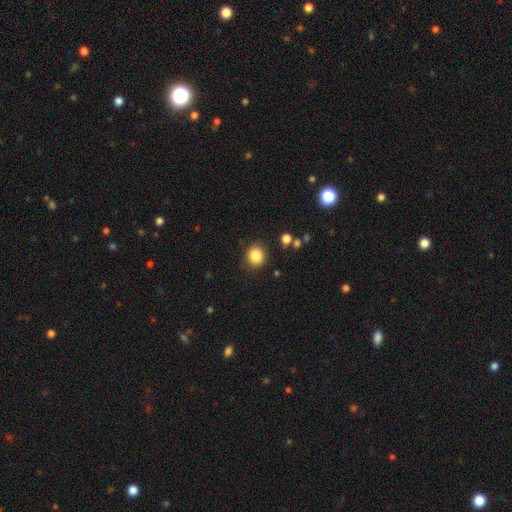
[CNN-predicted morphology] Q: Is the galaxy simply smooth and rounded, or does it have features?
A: smooth — 85%.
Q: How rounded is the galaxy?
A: round — 81%.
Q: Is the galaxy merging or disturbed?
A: none — 84%.